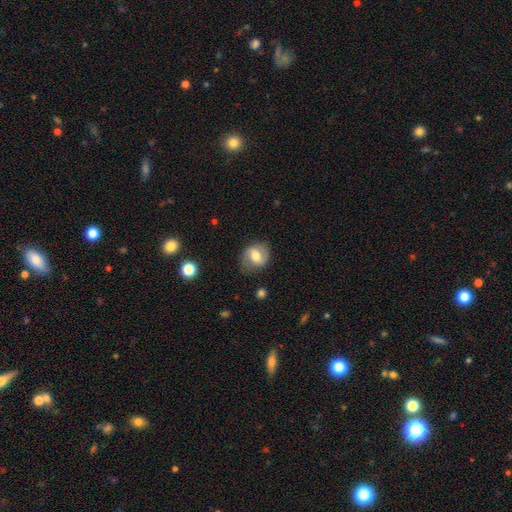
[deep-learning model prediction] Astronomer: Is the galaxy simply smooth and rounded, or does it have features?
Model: smooth — 50% (runner-up: featured or disk, 42%).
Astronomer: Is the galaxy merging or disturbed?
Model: none — 74%.